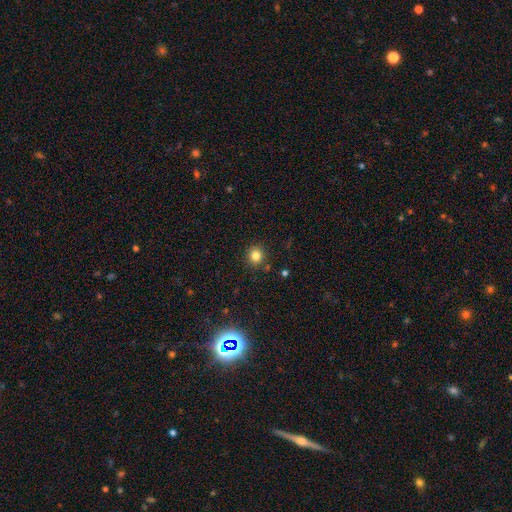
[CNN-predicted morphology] Smooth or featured? Predicted: smooth (p=0.82). How rounded? Predicted: round (p=0.91). Merging? Predicted: none (p=0.89).